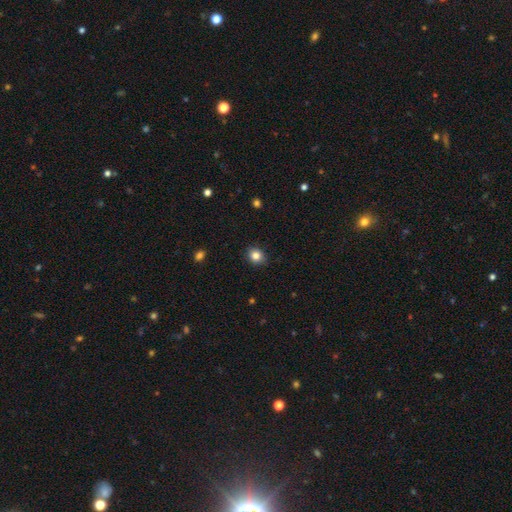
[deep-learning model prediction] smooth 84%, star or artifact 11%, featured or disk 6%. Down the decision tree: how rounded — round (67%); merging — none (88%).